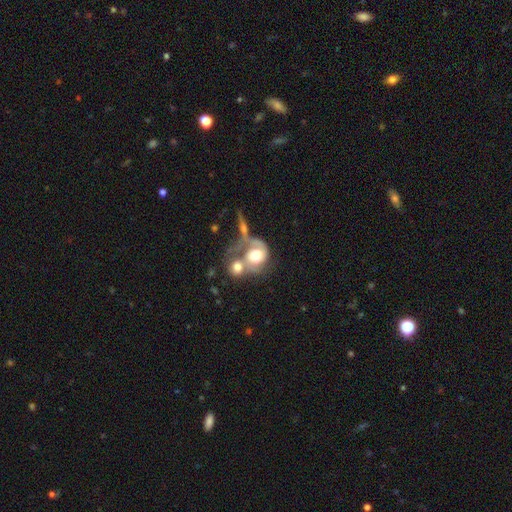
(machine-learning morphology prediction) Smooth or featured? Predicted: featured or disk (p=0.59). Edge-on disk? Predicted: no (p=0.95). Bar? Predicted: no (p=0.76). Spiral arms? Predicted: yes (p=0.70). Bulge size? Predicted: moderate (p=0.51). Merging? Predicted: merger (p=0.60).